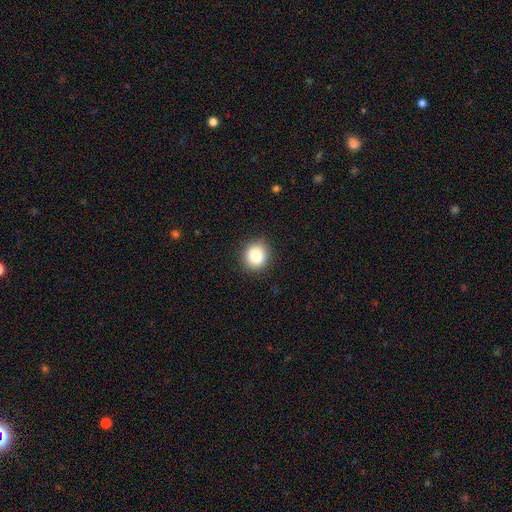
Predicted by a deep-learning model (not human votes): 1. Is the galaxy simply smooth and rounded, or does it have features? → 86% smooth, 9% star or artifact, 5% featured or disk.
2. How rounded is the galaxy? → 80% round, 19% in between, 1% cigar-shaped.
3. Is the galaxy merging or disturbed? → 89% none, 8% minor disturbance, 2% major disturbance, 1% merger.